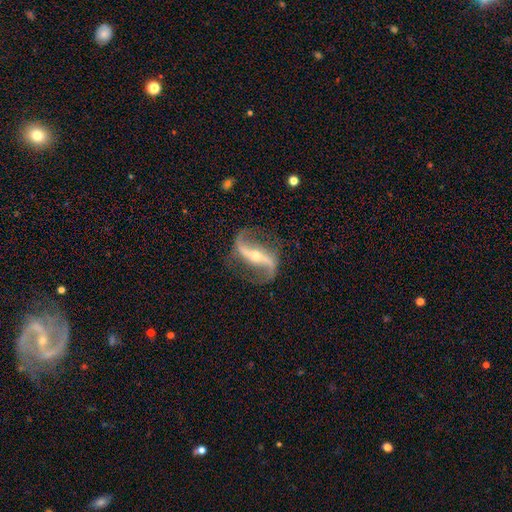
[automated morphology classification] Smooth or featured: featured or disk — 92% (star or artifact — 5%)
Edge-on disk: no — 95% (yes — 5%)
Bar: strong — 58% (weak — 22%)
Spiral arms: yes — 97% (no — 3%)
Spiral winding: loose — 78% (medium — 17%)
Spiral arm count: 2 — 94% (1 — 2%)
Bulge size: small — 53% (moderate — 43%)
Merging: none — 82% (minor disturbance — 11%)